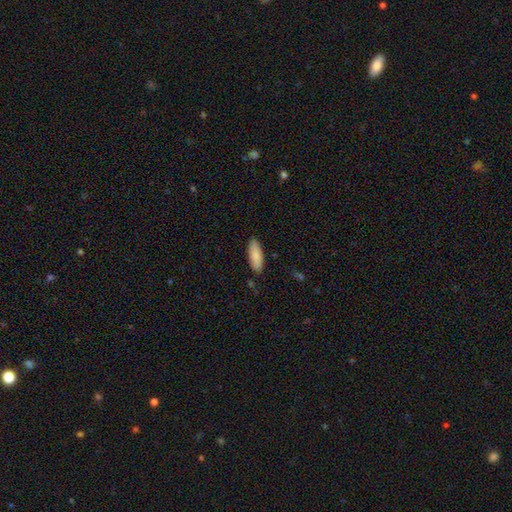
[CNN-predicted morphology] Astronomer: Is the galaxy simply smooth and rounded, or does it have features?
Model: smooth — 86%.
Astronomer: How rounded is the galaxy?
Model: in between — 70%.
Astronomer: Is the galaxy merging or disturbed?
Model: none — 86%.